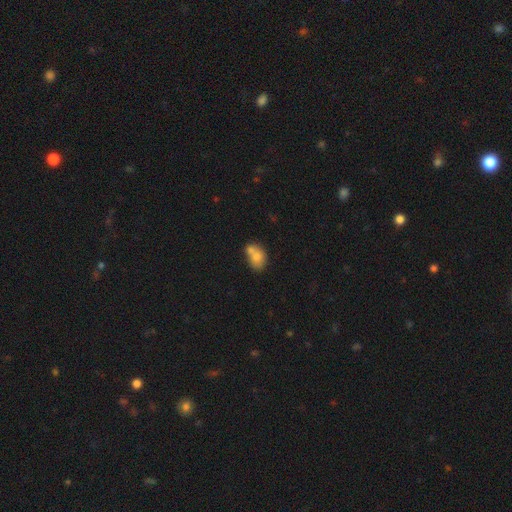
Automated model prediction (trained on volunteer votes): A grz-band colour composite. It shows a smooth galaxy with no disk features (73%) that is in between round and cigar-shaped (69%). Merging: merger (51%).